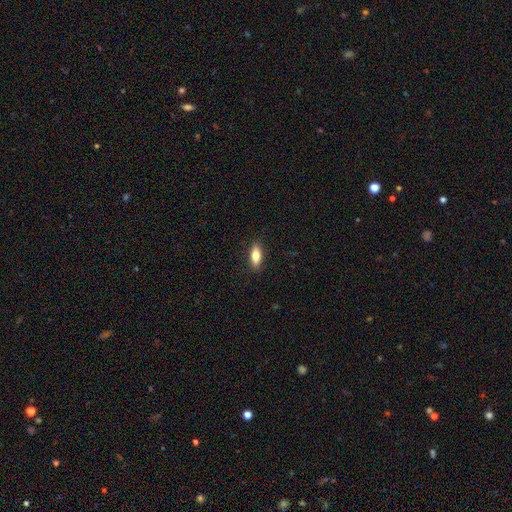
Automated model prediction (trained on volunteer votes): smooth_or_featured: smooth (p=0.74) [alt: featured or disk p=0.19]
how_rounded: in between (p=0.70) [alt: cigar-shaped p=0.27]
merging: none (p=0.89) [alt: minor disturbance p=0.08]